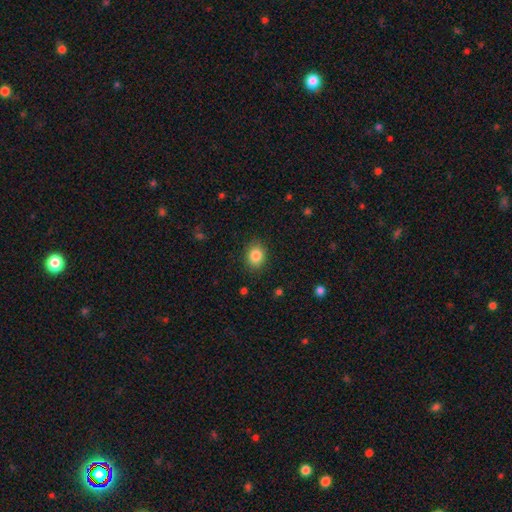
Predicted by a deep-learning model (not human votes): Smooth or featured?
  - smooth: 85% *
  - star or artifact: 9%
  - featured or disk: 6%
How rounded?
  - round: 52% *
  - in between: 47%
  - cigar-shaped: 1%
Merging?
  - none: 86% *
  - minor disturbance: 10%
  - major disturbance: 3%
  - merger: 1%